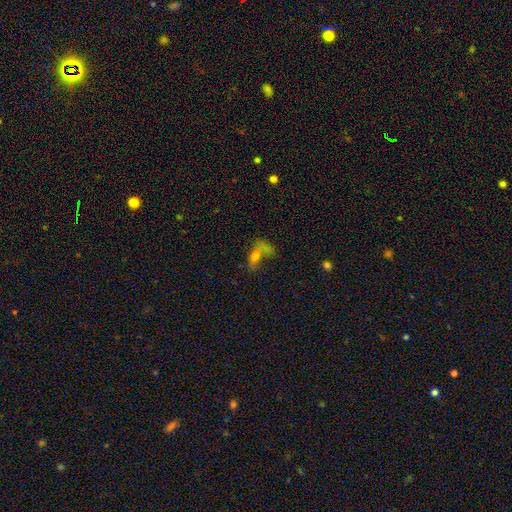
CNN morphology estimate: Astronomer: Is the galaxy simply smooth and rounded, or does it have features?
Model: smooth — 53% (runner-up: featured or disk, 30%).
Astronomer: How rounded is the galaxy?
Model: in between — 71%.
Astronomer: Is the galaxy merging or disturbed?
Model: major disturbance — 31% (runner-up: merger, 29%).